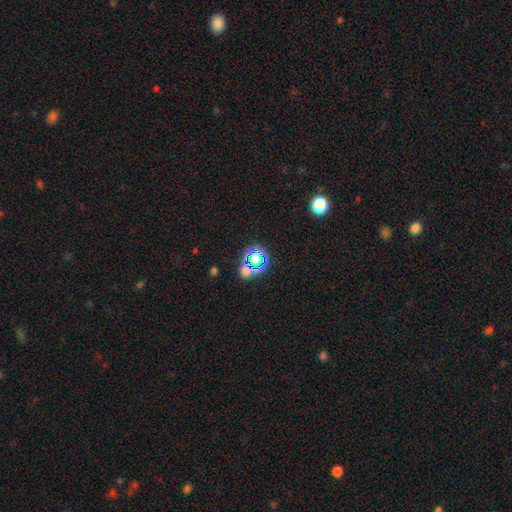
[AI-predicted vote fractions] Overall: star or artifact (58%; smooth 33%).